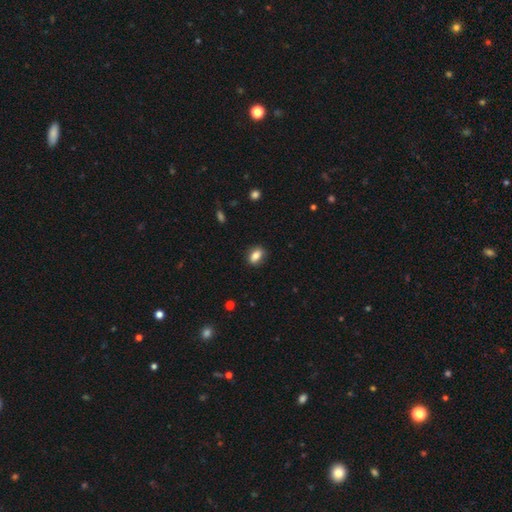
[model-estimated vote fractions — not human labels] Q: Smooth or featured?
A: smooth (82%); runner-up: featured or disk (10%)
Q: How rounded?
A: in between (79%); runner-up: round (17%)
Q: Merging?
A: none (85%); runner-up: minor disturbance (12%)